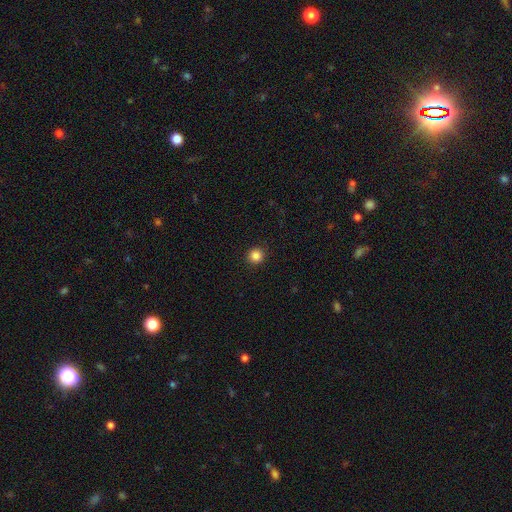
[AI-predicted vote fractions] A smooth galaxy with no disk features (86%) that is round (95%). Merging: none (92%).